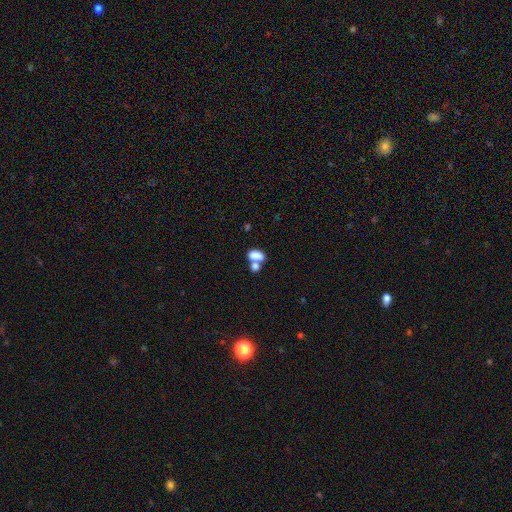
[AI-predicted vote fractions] Q: Smooth or featured?
A: smooth (80%); runner-up: featured or disk (11%)
Q: How rounded?
A: in between (86%); runner-up: round (12%)
Q: Merging?
A: merger (60%); runner-up: none (27%)